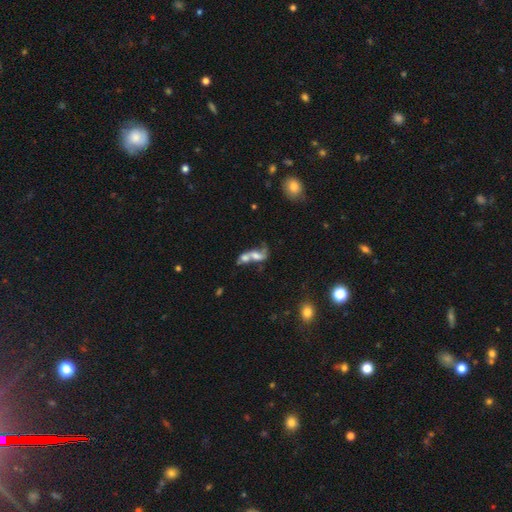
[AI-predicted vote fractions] A featured or disk galaxy (46%).

Vote fractions:
- Smooth or featured? featured or disk: 46% / smooth: 42% / star or artifact: 13%
- Merging? merger: 72% / none: 12% / major disturbance: 10% / minor disturbance: 6%